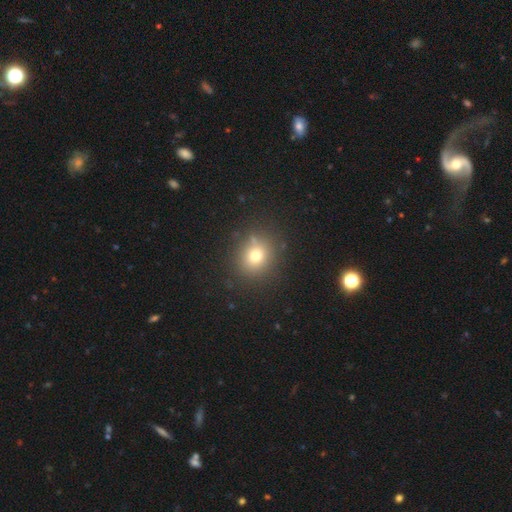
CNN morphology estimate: Overall: smooth (73%). How rounded: round (81%). Merging: none (84%).